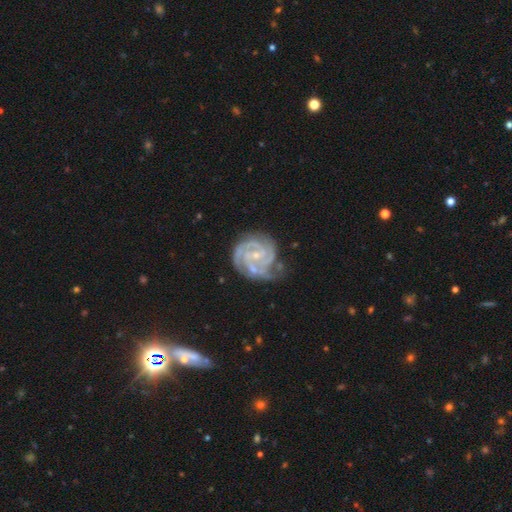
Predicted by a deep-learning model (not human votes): Overall: featured or disk (92%). Edge-on disk: no (98%). Bar: no (52%; weak 35%). Spiral arms: yes (99%). Spiral arm count: 3 (46%; 4 19%). Spiral winding: tight (74%). Bulge size: small (76%). Merging: none (63%; minor disturbance 24%).